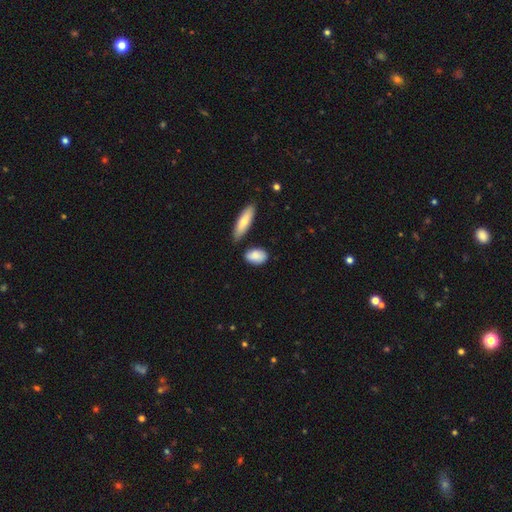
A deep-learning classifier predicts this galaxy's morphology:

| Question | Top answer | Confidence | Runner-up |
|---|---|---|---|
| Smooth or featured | smooth | 85% | featured or disk (9%) |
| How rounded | in between | 86% | round (9%) |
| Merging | none | 68% | minor disturbance (20%) |